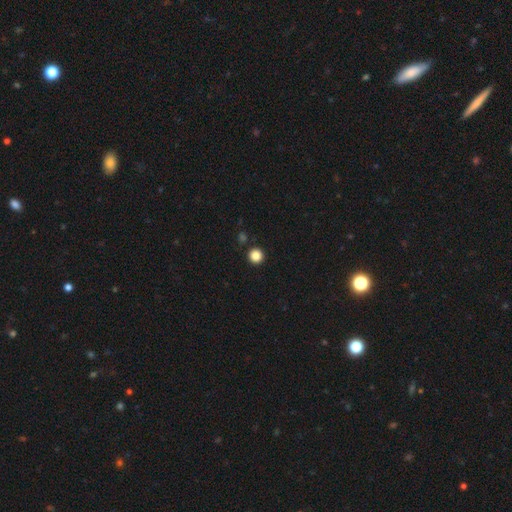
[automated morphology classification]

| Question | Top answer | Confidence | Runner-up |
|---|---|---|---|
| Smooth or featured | smooth | 86% | star or artifact (11%) |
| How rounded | round | 96% | in between (3%) |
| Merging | none | 92% | minor disturbance (4%) |